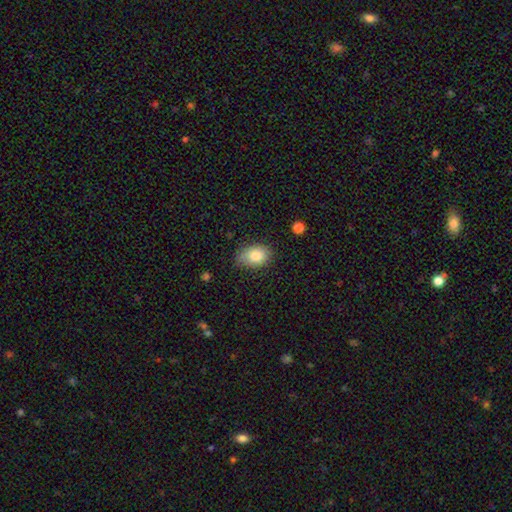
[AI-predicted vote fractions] Smooth or featured?
  - smooth: 81% *
  - featured or disk: 10%
  - star or artifact: 8%
How rounded?
  - in between: 79% *
  - round: 20%
  - cigar-shaped: 1%
Merging?
  - none: 73% *
  - minor disturbance: 21%
  - major disturbance: 4%
  - merger: 2%